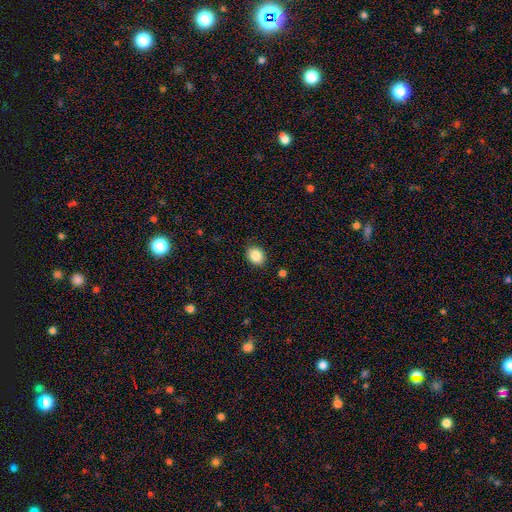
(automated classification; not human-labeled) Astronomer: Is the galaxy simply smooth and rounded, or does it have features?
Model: smooth — 87%.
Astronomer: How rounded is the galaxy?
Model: in between — 52% (runner-up: round, 47%).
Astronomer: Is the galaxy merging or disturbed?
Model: none — 89%.